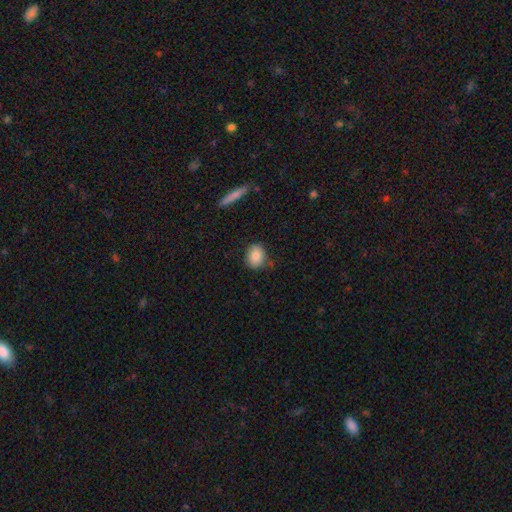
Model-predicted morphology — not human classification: A smooth galaxy with no disk features (84%) that is round (53%).

Vote fractions:
- Smooth or featured? smooth: 84% / featured or disk: 9% / star or artifact: 8%
- How rounded? round: 53% / in between: 45% / cigar-shaped: 2%
- Merging? none: 82% / minor disturbance: 13% / merger: 3% / major disturbance: 3%